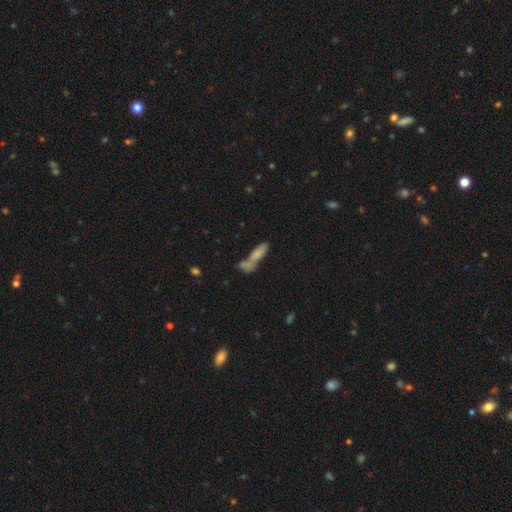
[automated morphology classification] smooth-or-featured: smooth: 66% | featured or disk: 20% | star or artifact: 14%
  how-rounded: cigar-shaped: 59% | in between: 37% | round: 4%
  merging: merger: 47% | none: 35% | minor disturbance: 11% | major disturbance: 7%